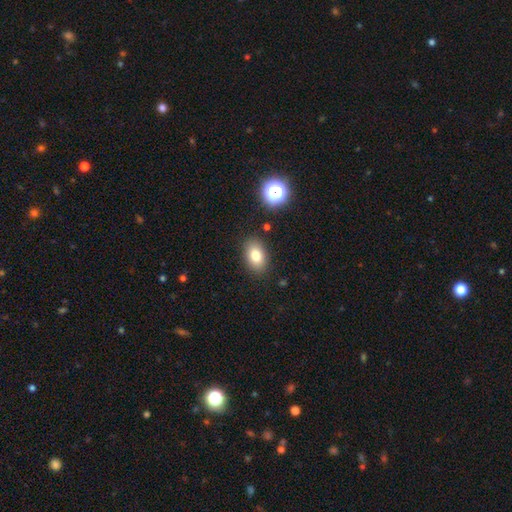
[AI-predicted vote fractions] smooth 80%, star or artifact 11%, featured or disk 10%. Down the decision tree: how rounded — in between (83%); merging — none (85%).